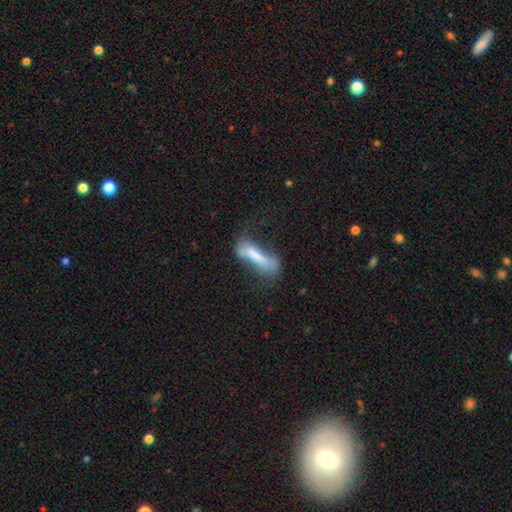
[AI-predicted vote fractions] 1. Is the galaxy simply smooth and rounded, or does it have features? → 59% smooth, 32% featured or disk, 9% star or artifact.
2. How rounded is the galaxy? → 75% cigar-shaped, 23% in between, 2% round.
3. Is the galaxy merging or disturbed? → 34% none, 30% major disturbance, 27% minor disturbance, 9% merger.